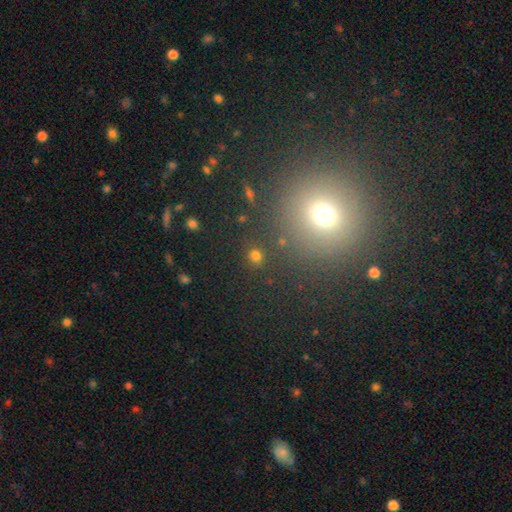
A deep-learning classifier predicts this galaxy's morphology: smooth-or-featured: smooth: 72% | star or artifact: 22% | featured or disk: 5%
  how-rounded: round: 87% | in between: 12% | cigar-shaped: 1%
  merging: none: 84% | minor disturbance: 7% | merger: 5% | major disturbance: 3%